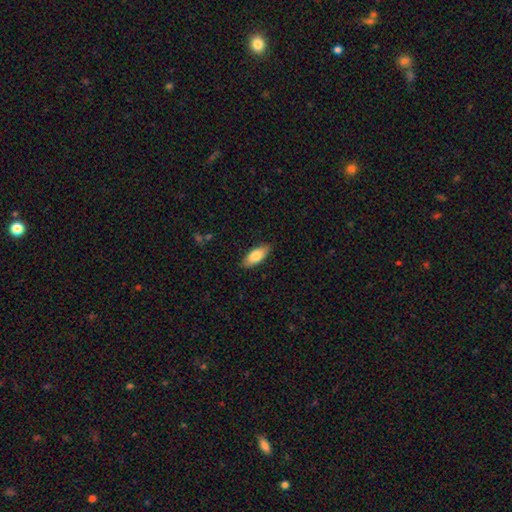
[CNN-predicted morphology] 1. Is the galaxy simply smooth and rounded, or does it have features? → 79% smooth, 15% featured or disk, 6% star or artifact.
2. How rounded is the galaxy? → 82% in between, 15% cigar-shaped, 2% round.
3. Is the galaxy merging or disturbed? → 86% none, 11% minor disturbance, 2% major disturbance, 1% merger.